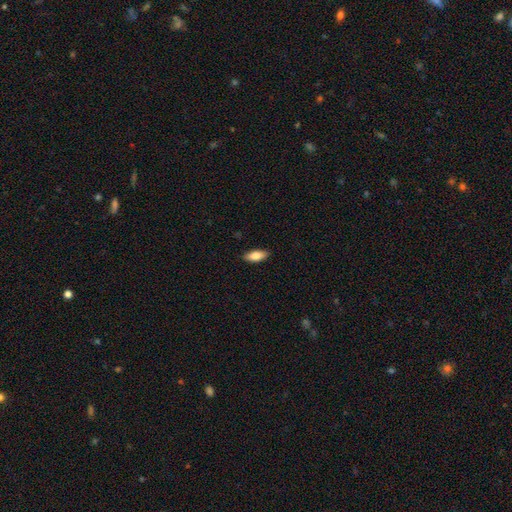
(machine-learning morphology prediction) Overall: smooth (82%). How rounded: in between (81%). Merging: none (88%).